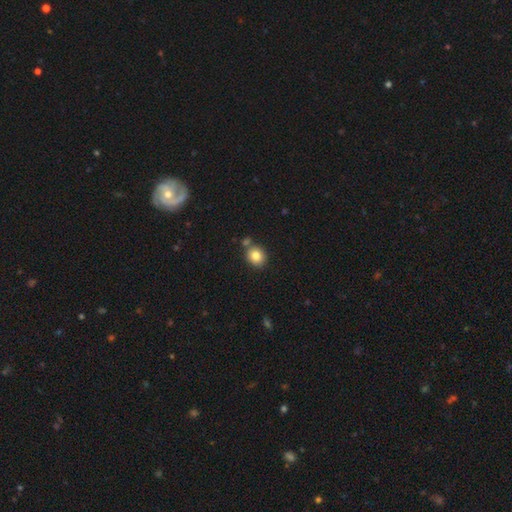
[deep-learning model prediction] Morphology: type=smooth (82%); roundness=round (72%); merging=none (72%).